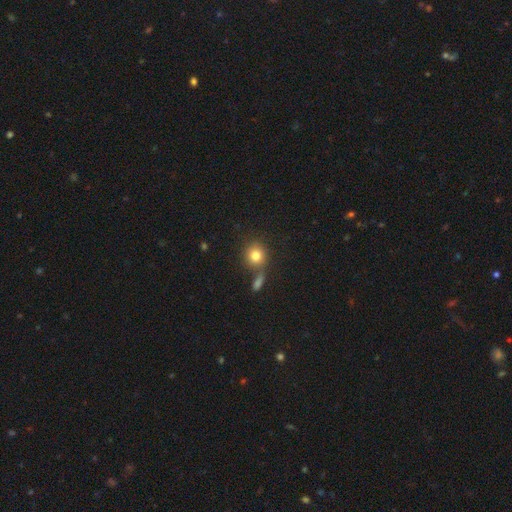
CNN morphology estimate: Smooth or featured? smooth (80%)
How rounded? round (85%)
Merging? none (64%)